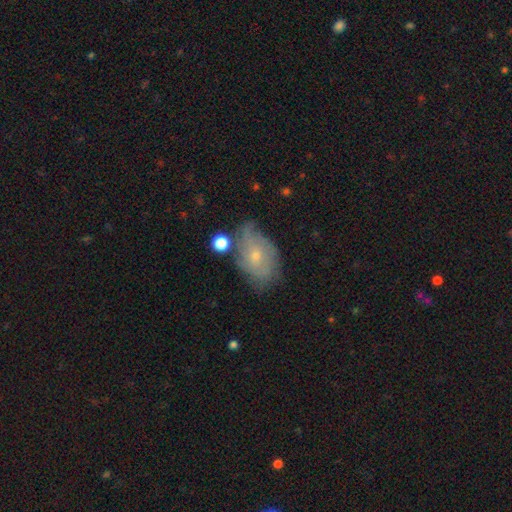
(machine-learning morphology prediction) A featured or disk galaxy (54%) with no bar (78%), spiral arms (72%) and a small central bulge (69%). Merging: none (50%).